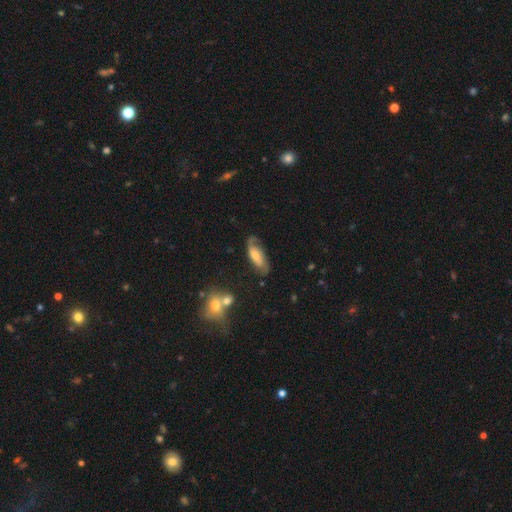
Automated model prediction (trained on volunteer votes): Overall: featured or disk (55%; smooth 37%). Edge-on disk: no (85%). Merging: none (63%).